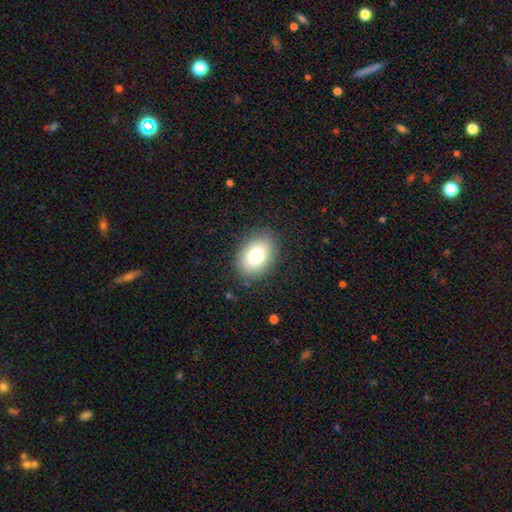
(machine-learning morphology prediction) Overall: smooth (78%). How rounded: in between (75%). Merging: none (85%).